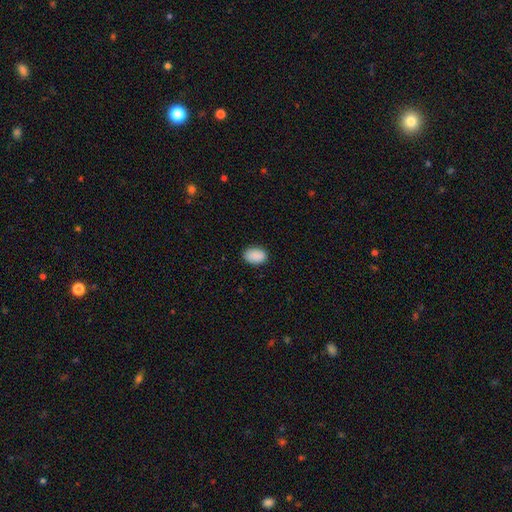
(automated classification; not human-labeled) This appears to be a smooth galaxy with no disk features (90%) that is in between round and cigar-shaped (84%). Merging: none (86%).